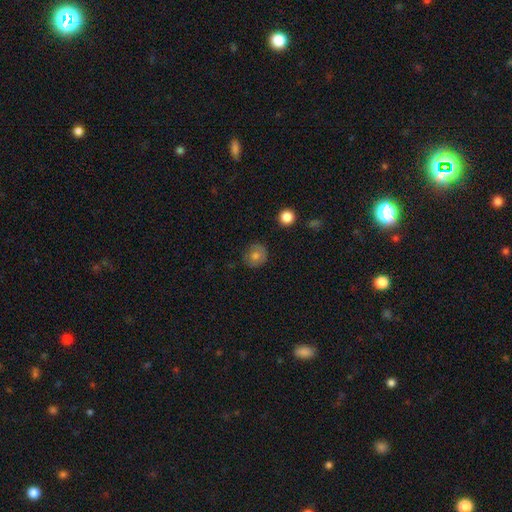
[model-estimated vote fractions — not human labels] Morphology: type=smooth (73%); roundness=round (82%); merging=none (77%).